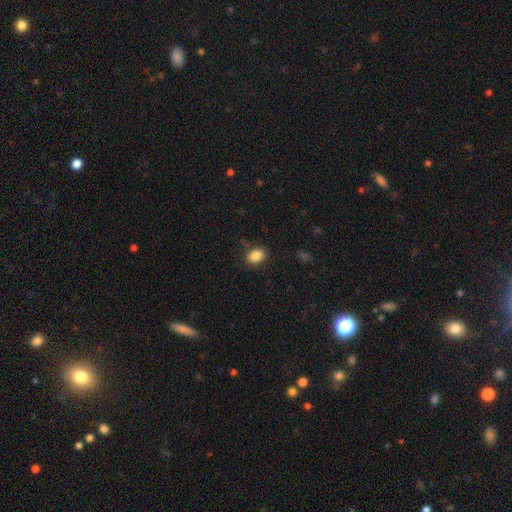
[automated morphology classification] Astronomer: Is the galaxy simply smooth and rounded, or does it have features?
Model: smooth — 86%.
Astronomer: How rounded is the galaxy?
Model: in between — 69%.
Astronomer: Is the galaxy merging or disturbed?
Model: none — 83%.